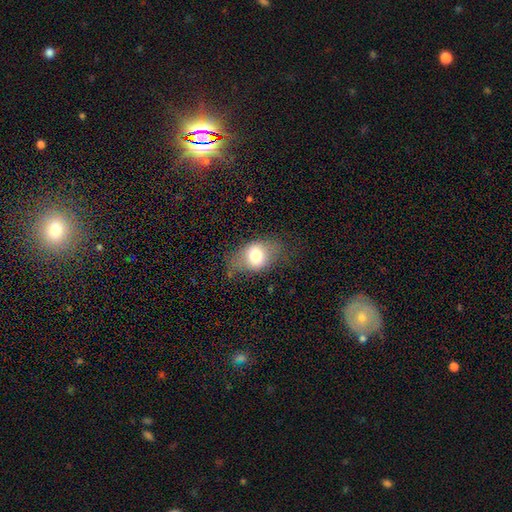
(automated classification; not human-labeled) Overall: smooth (68%). How rounded: in between (72%). Merging: none (60%; minor disturbance 25%).